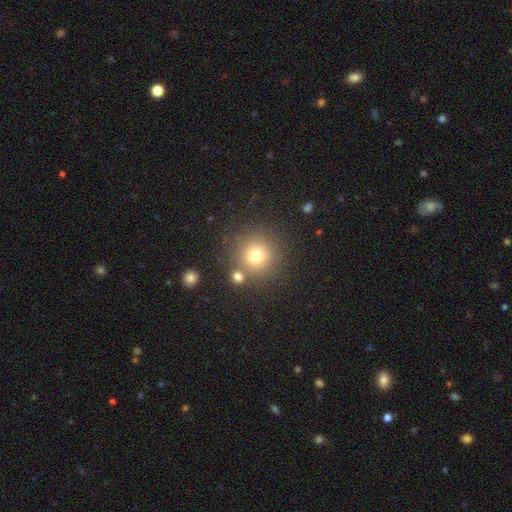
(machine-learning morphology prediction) Smooth or featured? Predicted: smooth (p=0.76). How rounded? Predicted: round (p=0.94). Merging? Predicted: none (p=0.80).